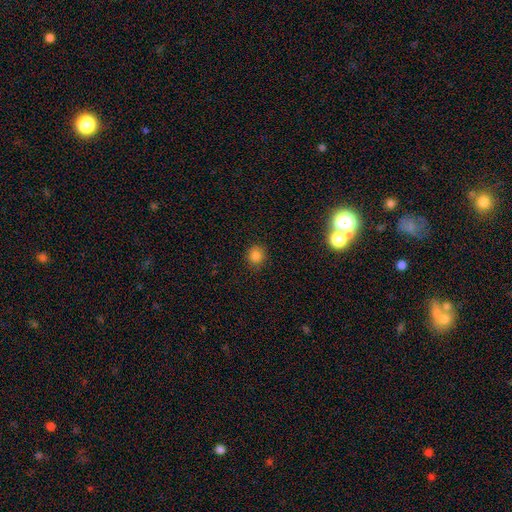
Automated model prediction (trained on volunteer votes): Smooth or featured? smooth (83%)
How rounded? round (86%)
Merging? none (90%)